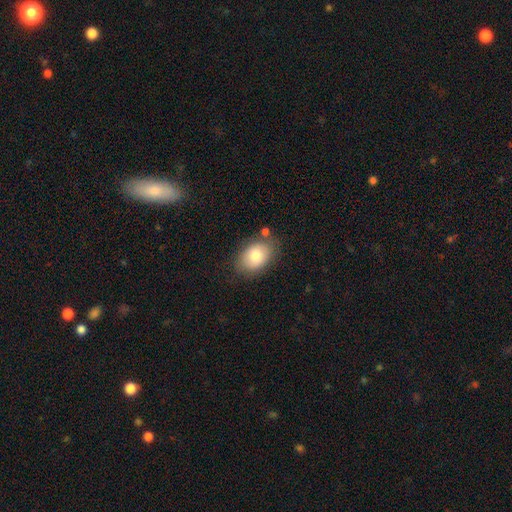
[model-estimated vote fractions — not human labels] Smooth or featured? Predicted: smooth (p=0.80). How rounded? Predicted: in between (p=0.83). Merging? Predicted: none (p=0.74).